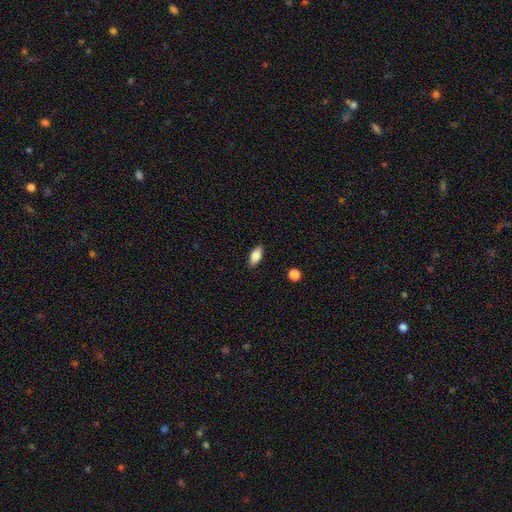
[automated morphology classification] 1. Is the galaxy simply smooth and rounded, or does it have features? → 82% smooth, 11% featured or disk, 7% star or artifact.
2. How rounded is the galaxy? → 85% in between, 11% cigar-shaped, 3% round.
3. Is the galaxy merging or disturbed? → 87% none, 10% minor disturbance, 2% major disturbance, 1% merger.